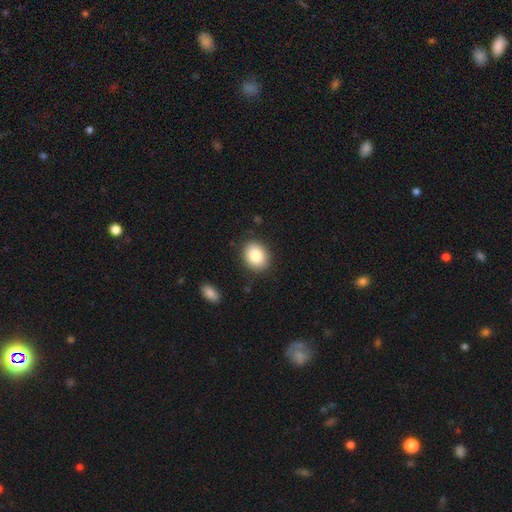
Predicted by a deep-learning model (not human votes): Smooth or featured: smooth — 84% (star or artifact — 8%)
How rounded: round — 53% (in between — 47%)
Merging: none — 87% (minor disturbance — 9%)